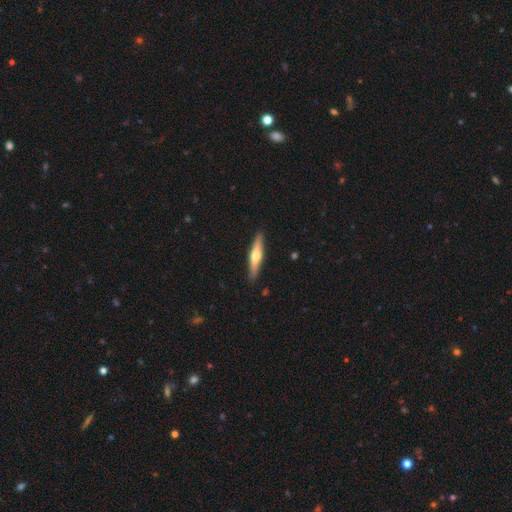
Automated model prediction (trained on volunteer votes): A featured or disk galaxy (57%) viewed edge-on (95%) with a rounded central bulge (92%).

Vote fractions:
- Smooth or featured? featured or disk: 57% / smooth: 38% / star or artifact: 5%
- Edge-on disk? yes: 95% / no: 5%
- Edge-on bulge? rounded: 92% / none: 4% / boxy: 4%
- Merging? none: 90% / minor disturbance: 7% / major disturbance: 2% / merger: 1%